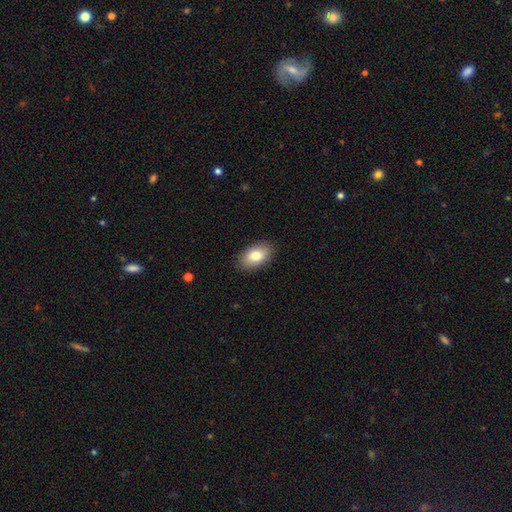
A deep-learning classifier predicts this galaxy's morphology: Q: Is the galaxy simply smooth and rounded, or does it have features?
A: smooth — 81%.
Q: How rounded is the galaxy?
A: in between — 92%.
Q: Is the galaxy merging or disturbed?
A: none — 88%.